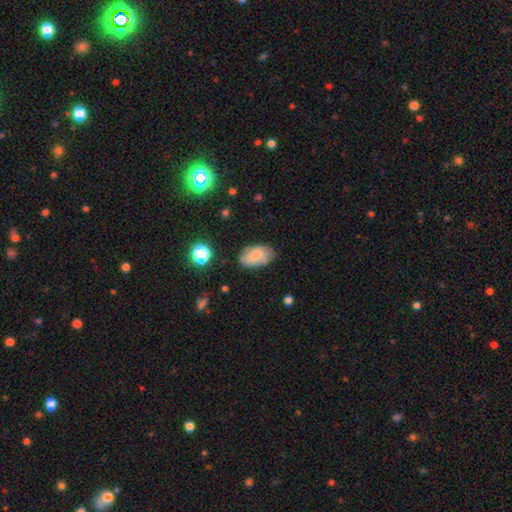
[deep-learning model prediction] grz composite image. It shows a smooth galaxy with no disk features (78%) that is in between round and cigar-shaped (93%). Merging: none (75%).